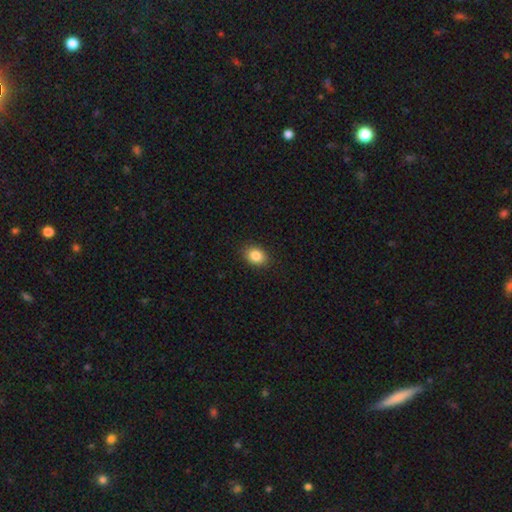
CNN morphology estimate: Smooth or featured?
  - smooth: 85% *
  - star or artifact: 9%
  - featured or disk: 6%
How rounded?
  - in between: 66% *
  - round: 33%
  - cigar-shaped: 1%
Merging?
  - none: 89% *
  - minor disturbance: 8%
  - major disturbance: 2%
  - merger: 1%